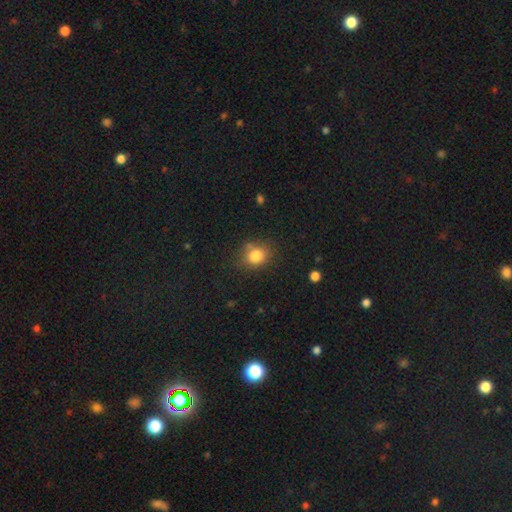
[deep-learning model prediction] A smooth galaxy with no disk features (82%) that is round (62%). Merging: none (74%).